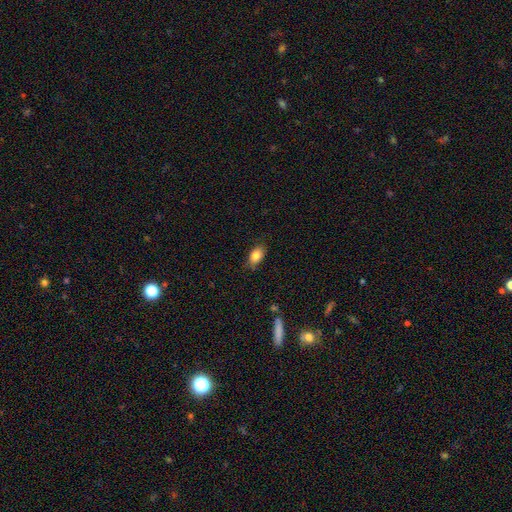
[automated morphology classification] Smooth or featured? Predicted: smooth (p=0.82). How rounded? Predicted: in between (p=0.88). Merging? Predicted: none (p=0.82).